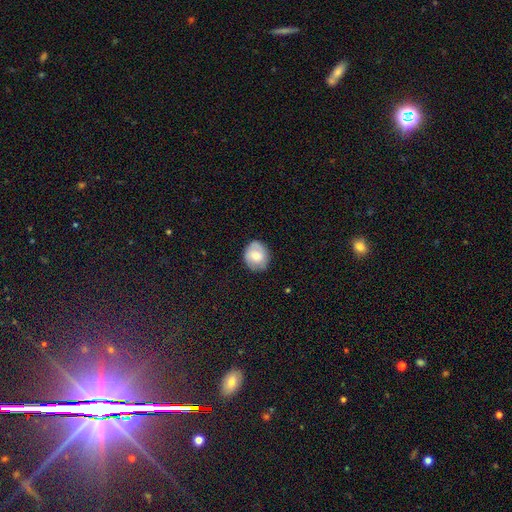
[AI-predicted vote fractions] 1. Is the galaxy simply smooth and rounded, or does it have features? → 64% smooth, 28% featured or disk, 8% star or artifact.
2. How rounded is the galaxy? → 72% round, 27% in between, 1% cigar-shaped.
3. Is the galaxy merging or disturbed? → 80% none, 15% minor disturbance, 3% major disturbance, 1% merger.